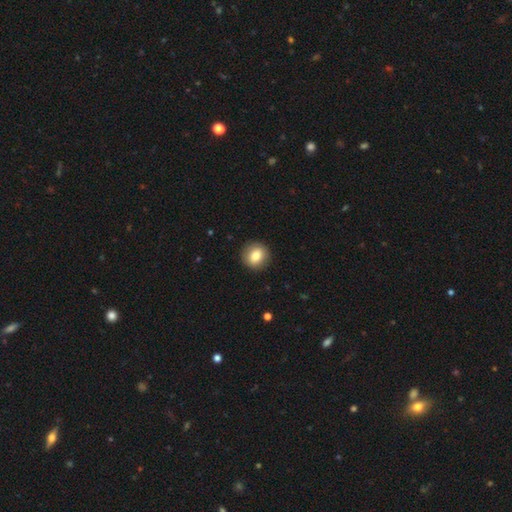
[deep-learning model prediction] smooth-or-featured: smooth: 81% | featured or disk: 11% | star or artifact: 8%
  how-rounded: round: 85% | in between: 14% | cigar-shaped: 1%
  merging: none: 90% | minor disturbance: 7% | major disturbance: 2% | merger: 1%